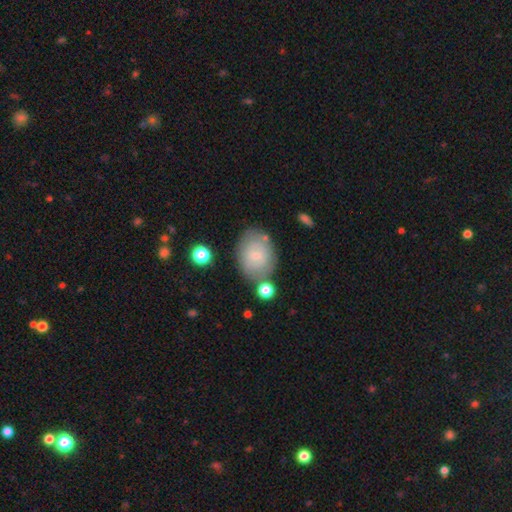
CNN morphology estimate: The model was most divided on "smooth or featured": smooth: 59%, featured or disk: 32%, star or artifact: 9%. More confident: merging — none (70%); how rounded — in between (65%).